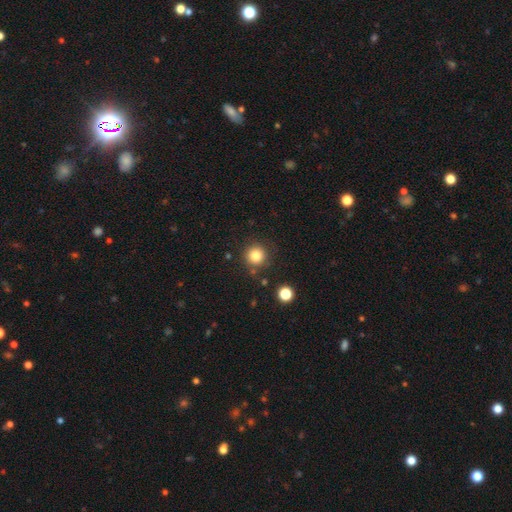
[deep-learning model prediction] Smooth or featured?
  - smooth: 83% *
  - star or artifact: 12%
  - featured or disk: 5%
How rounded?
  - round: 95% *
  - in between: 5%
  - cigar-shaped: 1%
Merging?
  - none: 85% *
  - minor disturbance: 8%
  - merger: 4%
  - major disturbance: 3%